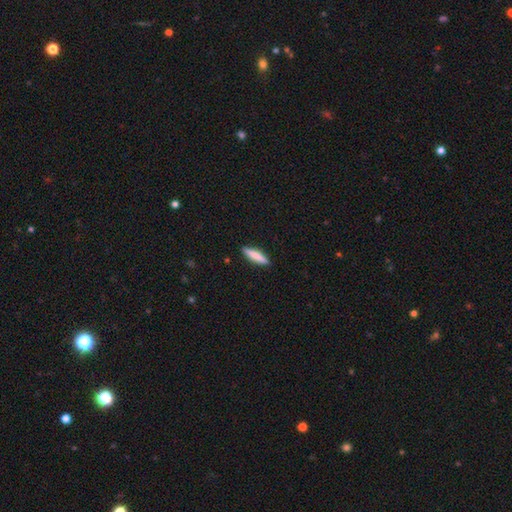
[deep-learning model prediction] Smooth or featured: smooth — 78% (featured or disk — 16%)
How rounded: cigar-shaped — 81% (in between — 17%)
Merging: none — 90% (minor disturbance — 7%)